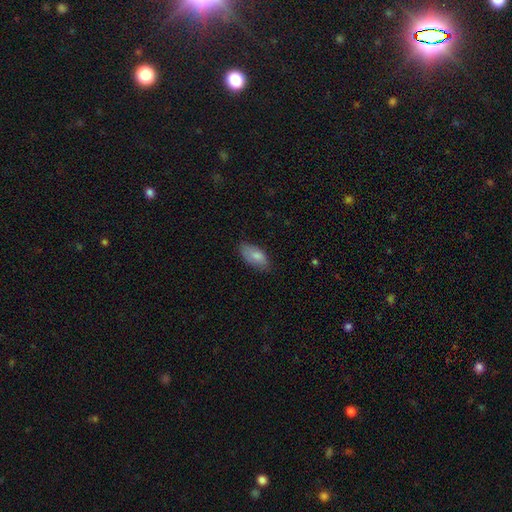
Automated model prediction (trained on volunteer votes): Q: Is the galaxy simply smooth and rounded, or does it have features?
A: smooth — 82%.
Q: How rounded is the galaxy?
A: in between — 92%.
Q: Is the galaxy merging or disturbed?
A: none — 73%.